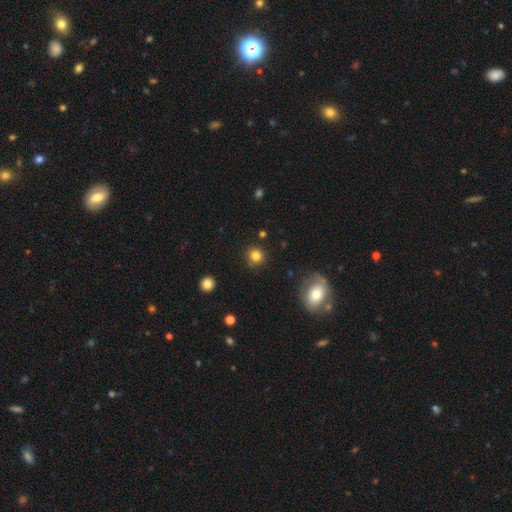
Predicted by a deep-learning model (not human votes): A smooth galaxy with no disk features (83%) that is round (91%). Merging: none (87%).